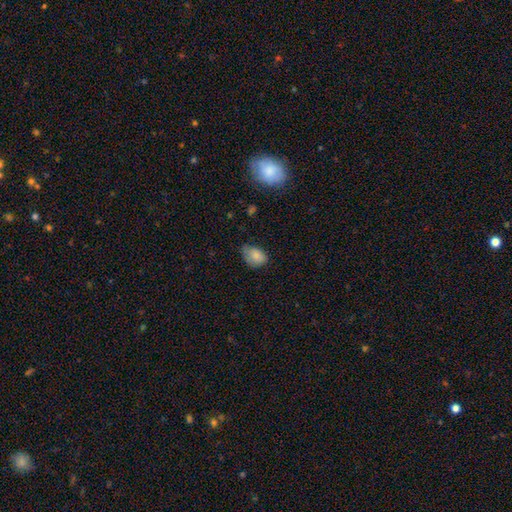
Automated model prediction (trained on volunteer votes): Smooth or featured?
  - smooth: 83% *
  - star or artifact: 9%
  - featured or disk: 8%
How rounded?
  - in between: 81% *
  - round: 18%
  - cigar-shaped: 1%
Merging?
  - none: 52% *
  - minor disturbance: 37%
  - major disturbance: 9%
  - merger: 2%